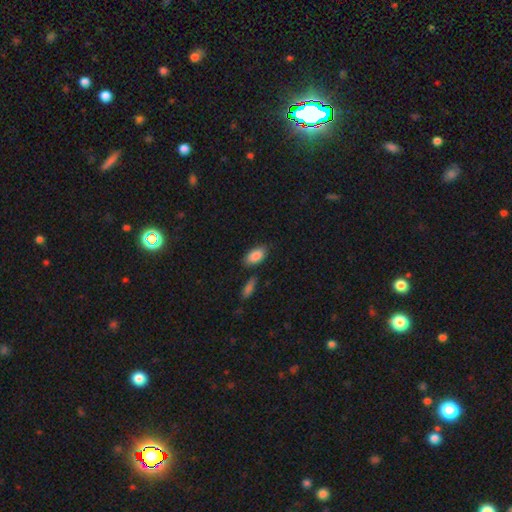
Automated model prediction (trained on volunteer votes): The model was most divided on "merging": none: 76%, minor disturbance: 15%, merger: 6%, major disturbance: 3%. More confident: how rounded — in between (92%); smooth or featured — smooth (87%).